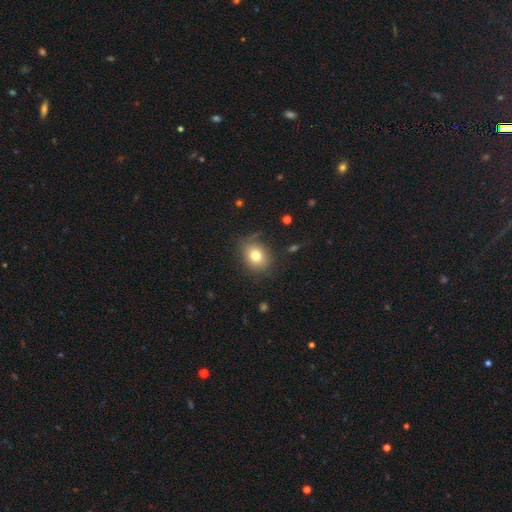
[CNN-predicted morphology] This is likely a smooth galaxy (78%). How rounded: possibly in between (50%). Merging: likely none (77%).